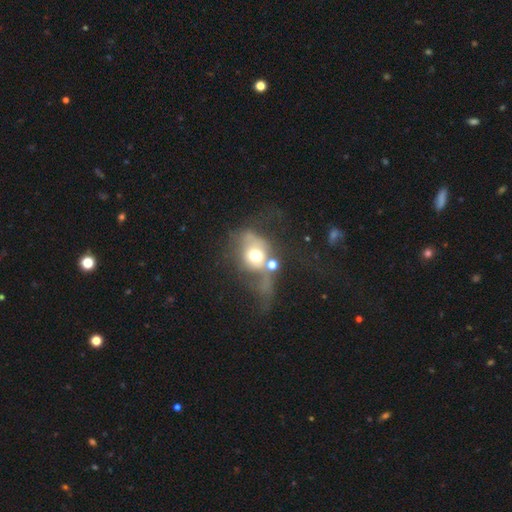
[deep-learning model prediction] A smooth galaxy with no disk features (50%) that is round (61%).

Vote fractions:
- Smooth or featured? smooth: 50% / featured or disk: 36% / star or artifact: 14%
- How rounded? round: 61% / in between: 37% / cigar-shaped: 2%
- Merging? major disturbance: 42% / merger: 26% / none: 18% / minor disturbance: 13%